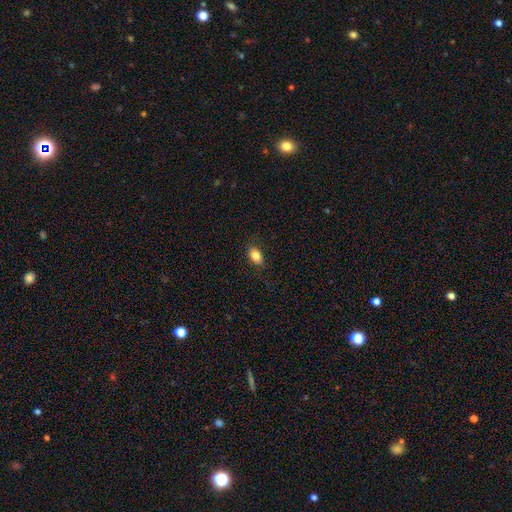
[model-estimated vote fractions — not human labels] Smooth or featured? smooth (83%)
How rounded? in between (85%)
Merging? none (86%)